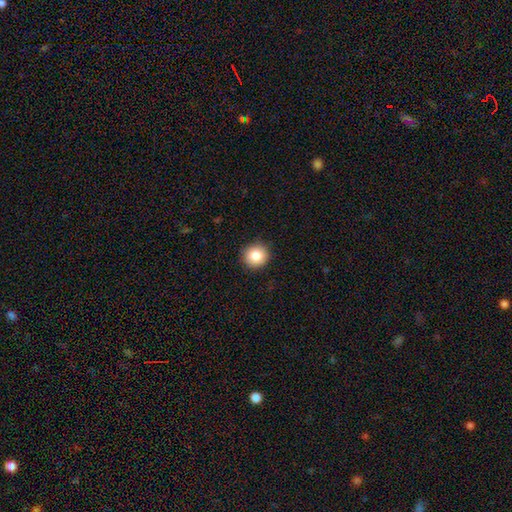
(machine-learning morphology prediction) Q: Smooth or featured?
A: smooth (83%); runner-up: star or artifact (9%)
Q: How rounded?
A: round (91%); runner-up: in between (8%)
Q: Merging?
A: none (92%); runner-up: minor disturbance (6%)